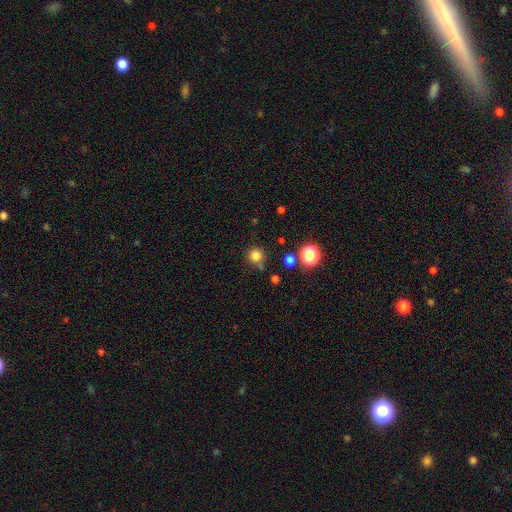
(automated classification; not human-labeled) A smooth galaxy with no disk features (80%) that is round (94%). Merging: none (76%).